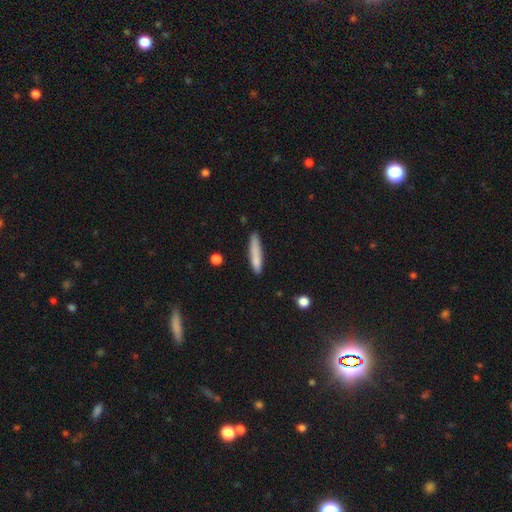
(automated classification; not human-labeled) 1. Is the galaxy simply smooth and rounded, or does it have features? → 80% smooth, 14% featured or disk, 7% star or artifact.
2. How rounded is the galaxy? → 90% cigar-shaped, 8% in between, 1% round.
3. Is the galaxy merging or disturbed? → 80% none, 15% minor disturbance, 3% major disturbance, 2% merger.